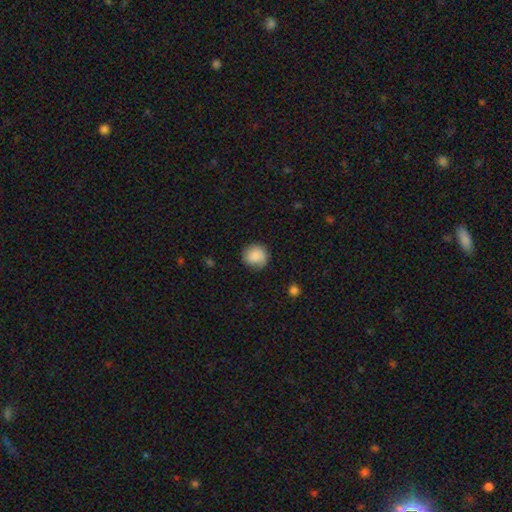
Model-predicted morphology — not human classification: A smooth galaxy with no disk features (86%) that is round (88%).

Vote fractions:
- Smooth or featured? smooth: 86% / star or artifact: 8% / featured or disk: 6%
- How rounded? round: 88% / in between: 11% / cigar-shaped: 1%
- Merging? none: 80% / minor disturbance: 15% / major disturbance: 4% / merger: 1%